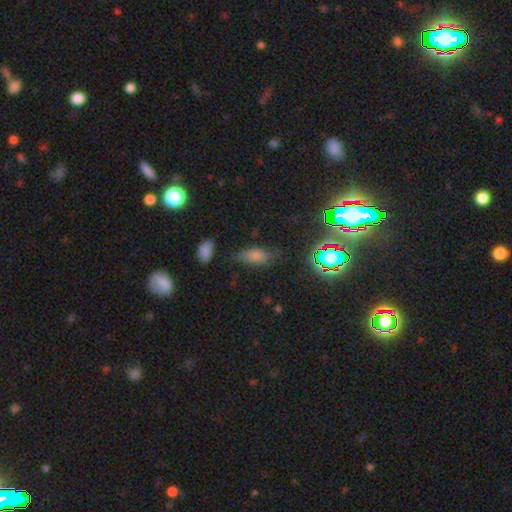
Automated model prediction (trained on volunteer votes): Smooth or featured? Predicted: smooth (p=0.69). How rounded? Predicted: in between (p=0.84). Merging? Predicted: none (p=0.62).